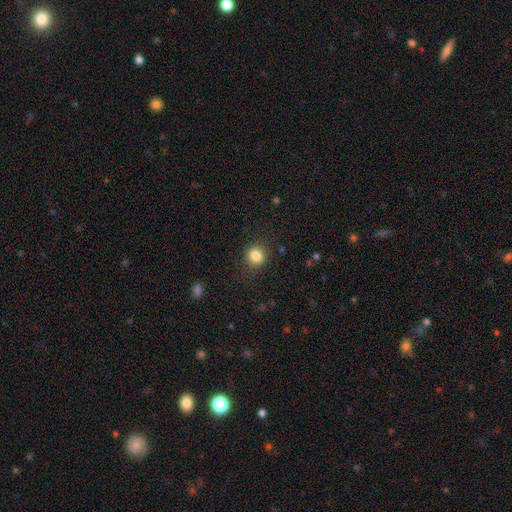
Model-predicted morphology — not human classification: Smooth or featured? Predicted: smooth (p=0.84). How rounded? Predicted: round (p=0.76). Merging? Predicted: none (p=0.84).